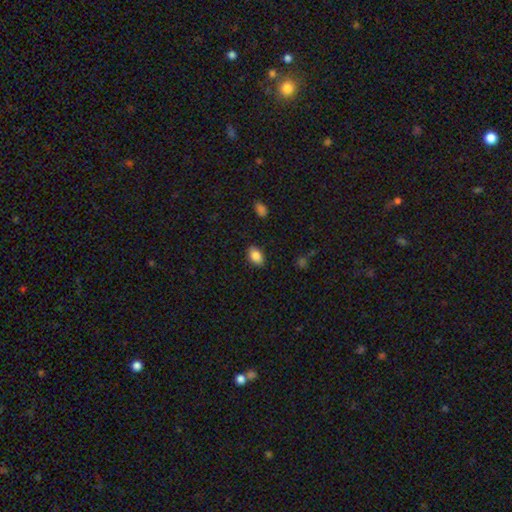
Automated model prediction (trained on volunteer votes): Morphology: type=smooth (86%); roundness=in between (89%); merging=none (87%).